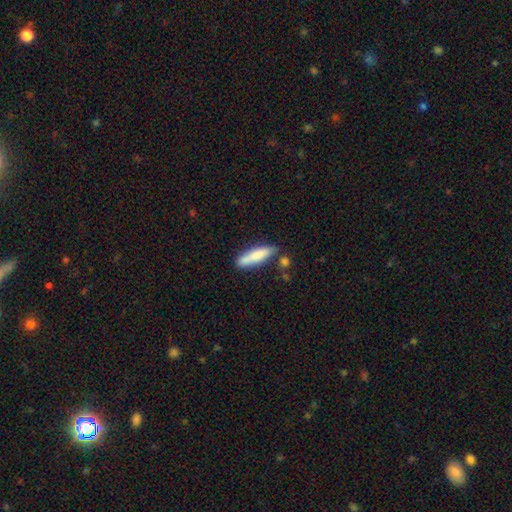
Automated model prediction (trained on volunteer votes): This is likely a smooth galaxy (78%). How rounded: likely cigar-shaped (74%). Merging: likely none (70%).